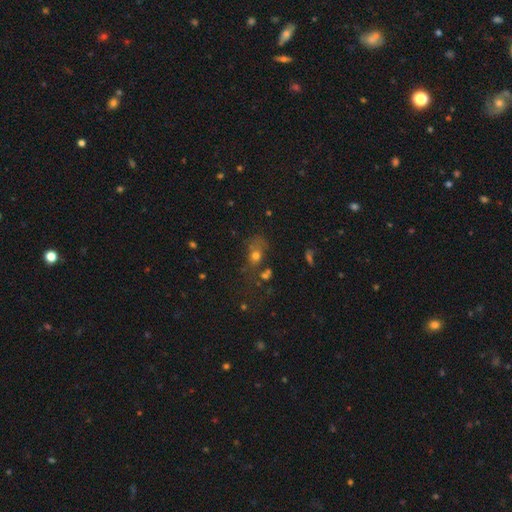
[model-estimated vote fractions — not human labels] Smooth or featured?
  - smooth: 60% *
  - star or artifact: 23%
  - featured or disk: 18%
How rounded?
  - in between: 52% *
  - round: 45%
  - cigar-shaped: 3%
Merging?
  - none: 40% *
  - major disturbance: 25%
  - minor disturbance: 20%
  - merger: 15%